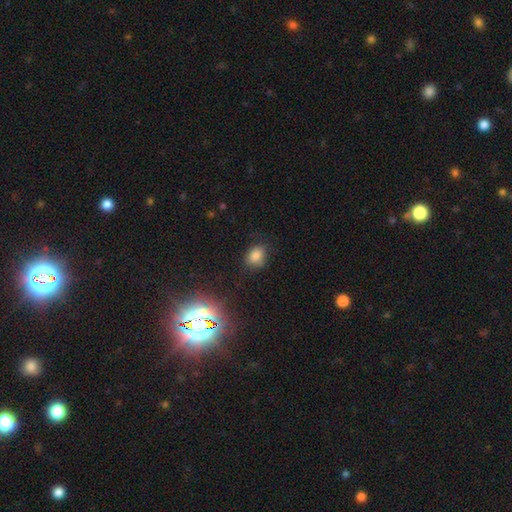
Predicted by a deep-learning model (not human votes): This appears to be a smooth galaxy with no disk features (79%) that is in between round and cigar-shaped (59%). Merging: none (73%).